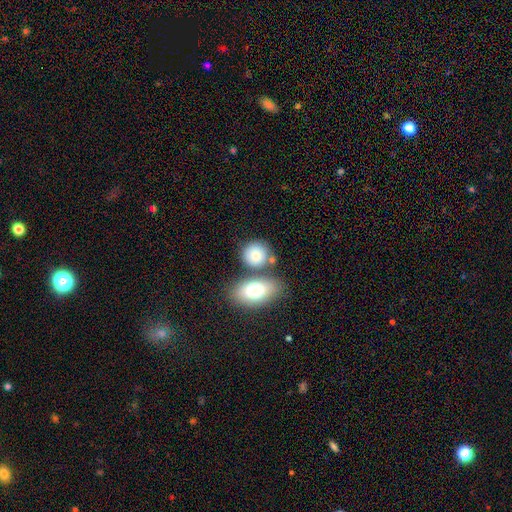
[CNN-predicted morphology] Smooth or featured? smooth (77%)
How rounded? round (73%)
Merging? none (63%)